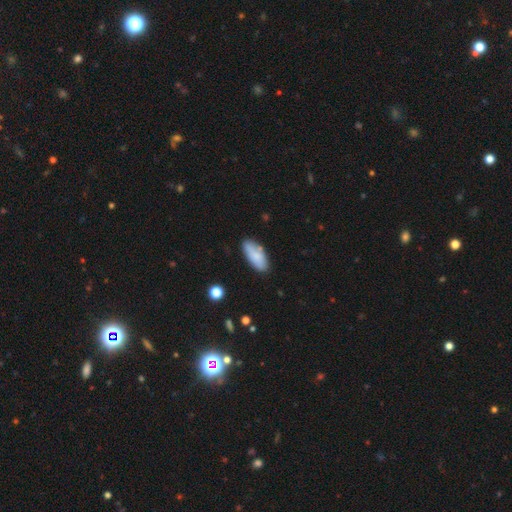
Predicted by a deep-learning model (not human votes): Morphology: type=smooth (81%); roundness=in between (83%); merging=none (75%).